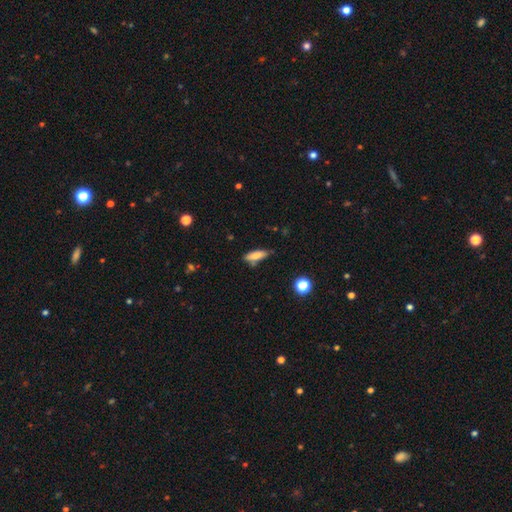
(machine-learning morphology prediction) This is likely a smooth galaxy (77%). How rounded: possibly in between (51%). Merging: likely none (64%).